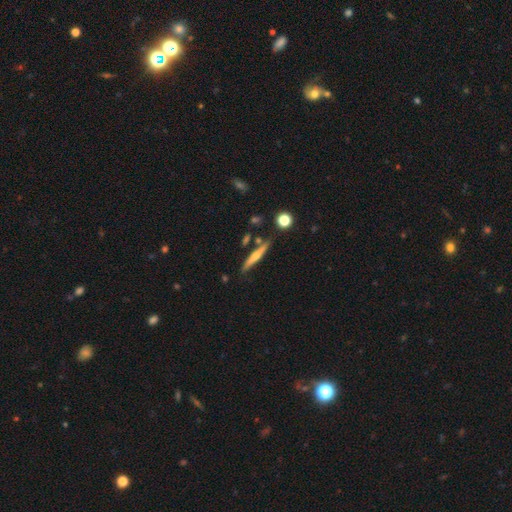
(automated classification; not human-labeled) Morphology: type=featured or disk (48%); merging=none (80%).